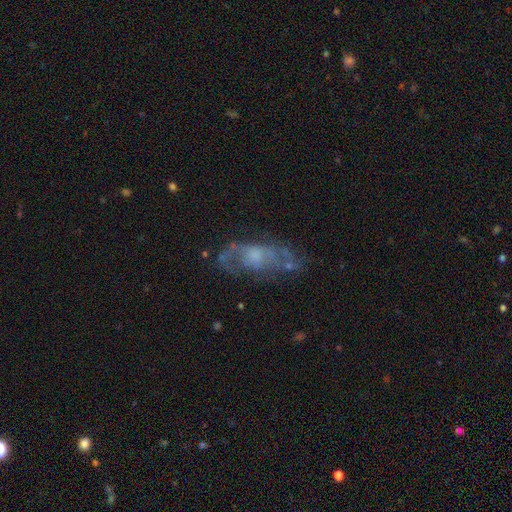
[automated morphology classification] Overall: featured or disk (67%). Edge-on disk: no (86%). Bar: no (75%). Spiral arms: yes (57%; no 43%). Bulge size: moderate (40%; small 29%). Merging: none (58%; minor disturbance 21%).